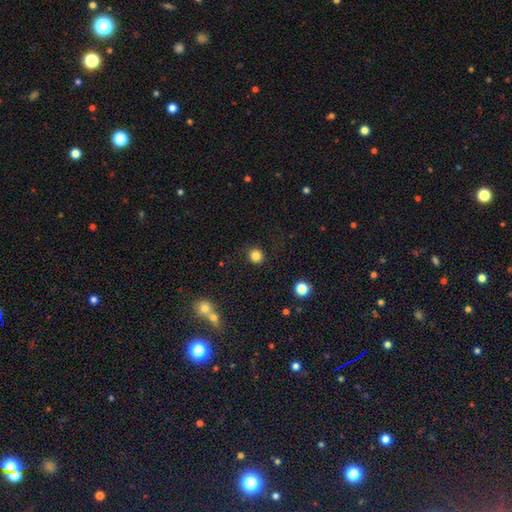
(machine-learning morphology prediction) Smooth or featured: smooth — 83% (star or artifact — 12%)
How rounded: round — 89% (in between — 10%)
Merging: none — 88% (minor disturbance — 8%)